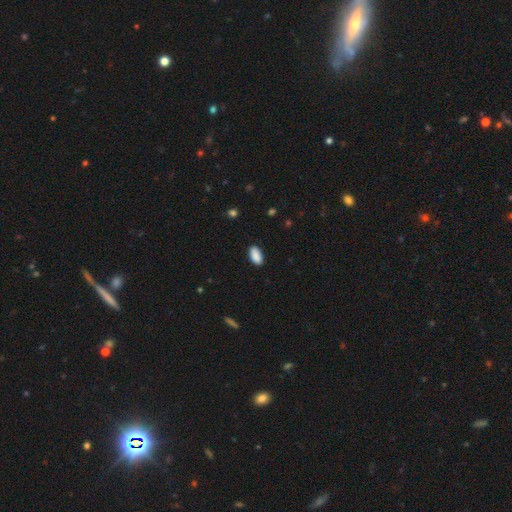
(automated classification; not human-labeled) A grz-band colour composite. It shows a smooth galaxy with no disk features (90%) that is in between round and cigar-shaped (94%). Merging: none (87%).